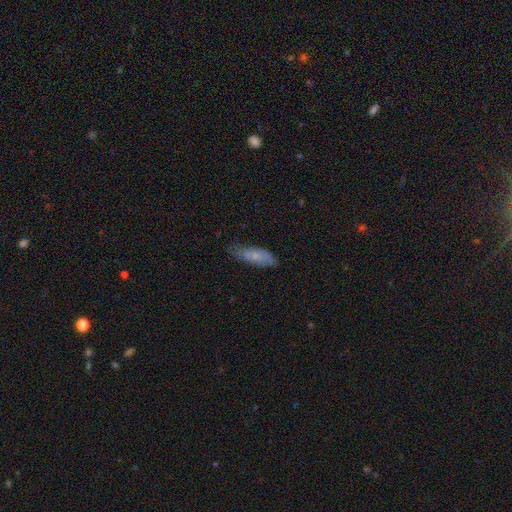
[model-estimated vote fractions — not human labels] A smooth galaxy with no disk features (62%) that is in between round and cigar-shaped (56%). Merging: none (66%).